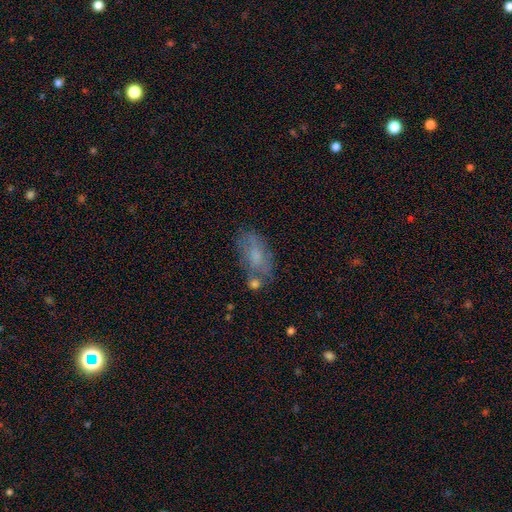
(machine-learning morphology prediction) Smooth or featured?
  - smooth: 59% *
  - featured or disk: 31%
  - star or artifact: 10%
How rounded?
  - in between: 87% *
  - cigar-shaped: 8%
  - round: 5%
Merging?
  - none: 54% *
  - minor disturbance: 23%
  - merger: 12%
  - major disturbance: 10%